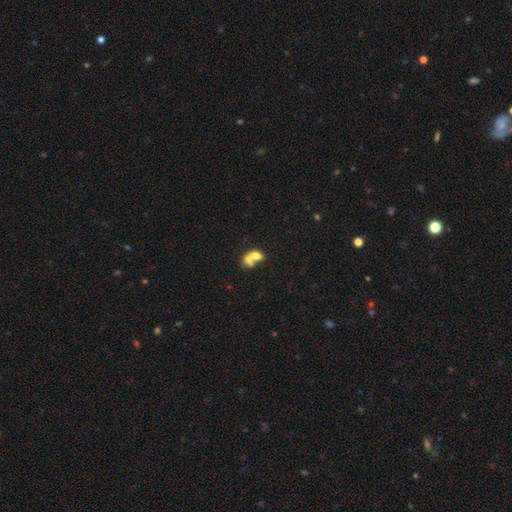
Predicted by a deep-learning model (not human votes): This appears to be a smooth galaxy with no disk features (65%) that is in between round and cigar-shaped (67%). Merging: merger (71%).